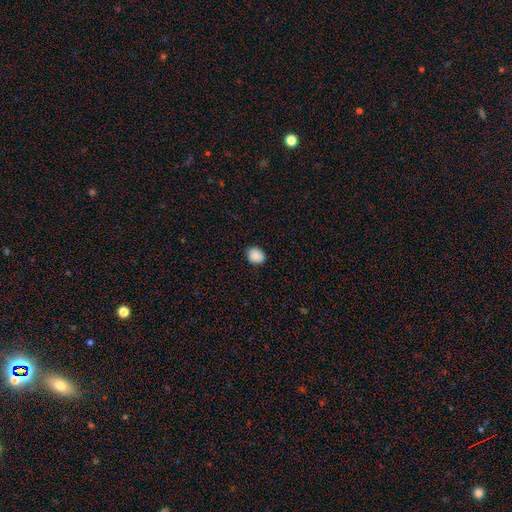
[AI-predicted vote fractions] The model was most divided on "how rounded": round: 59%, in between: 40%, cigar-shaped: 1%. More confident: smooth or featured — smooth (89%); merging — none (88%).